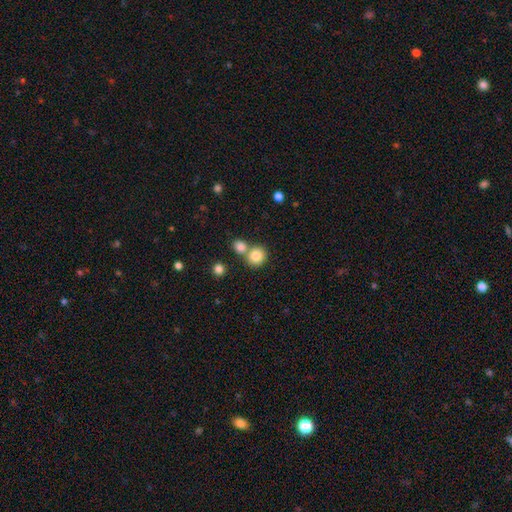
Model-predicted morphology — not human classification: smooth-or-featured: smooth: 82% | star or artifact: 10% | featured or disk: 7%
  how-rounded: round: 86% | in between: 13% | cigar-shaped: 1%
  merging: none: 55% | merger: 36% | minor disturbance: 7% | major disturbance: 2%